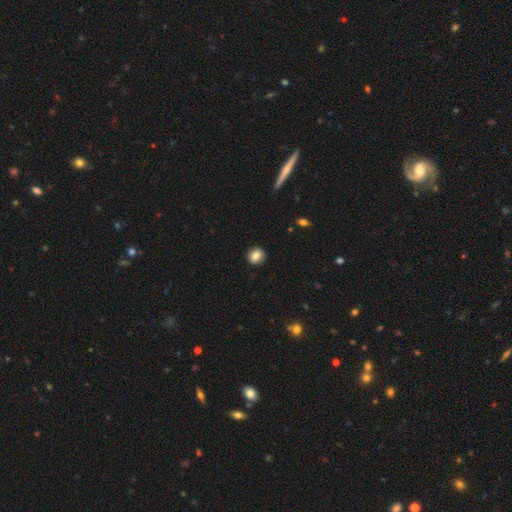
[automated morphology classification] A smooth galaxy with no disk features (83%) that is round (79%). Merging: none (89%).